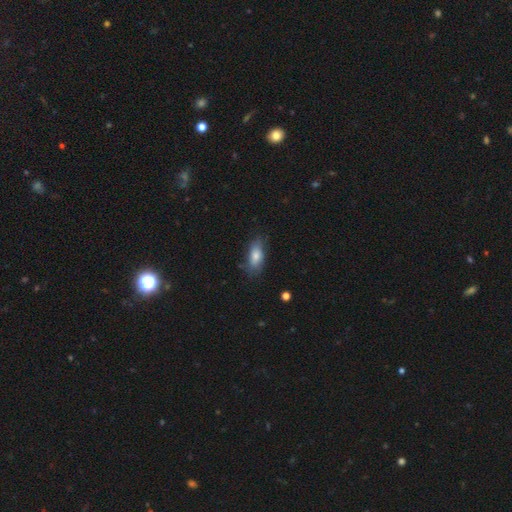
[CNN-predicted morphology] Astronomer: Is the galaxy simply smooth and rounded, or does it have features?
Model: smooth — 75%.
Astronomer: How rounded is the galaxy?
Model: in between — 80%.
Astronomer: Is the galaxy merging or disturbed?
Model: none — 71%.